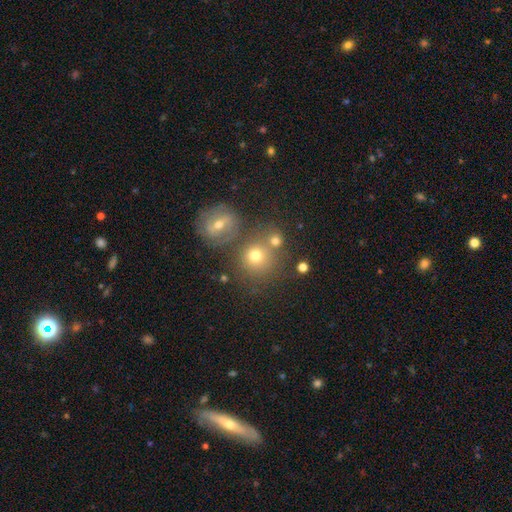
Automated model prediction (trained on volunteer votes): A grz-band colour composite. It shows a smooth galaxy with no disk features (69%) that is round (86%). Merging: none (60%).